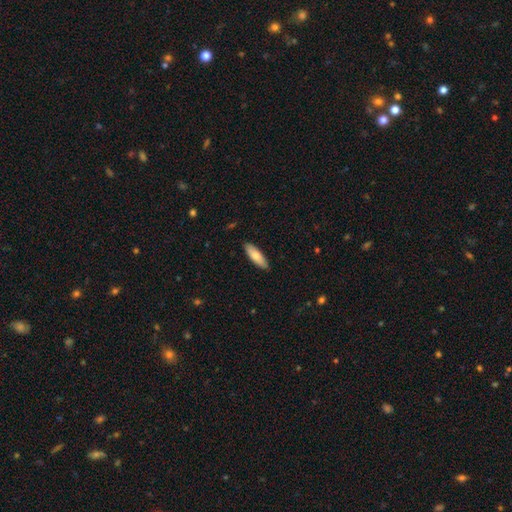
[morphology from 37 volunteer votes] Volunteers were most divided on "how rounded": cigar-shaped: 55%, in between: 45%, round: 0%. More confident: merging — none (88%); smooth or featured — smooth (84%).